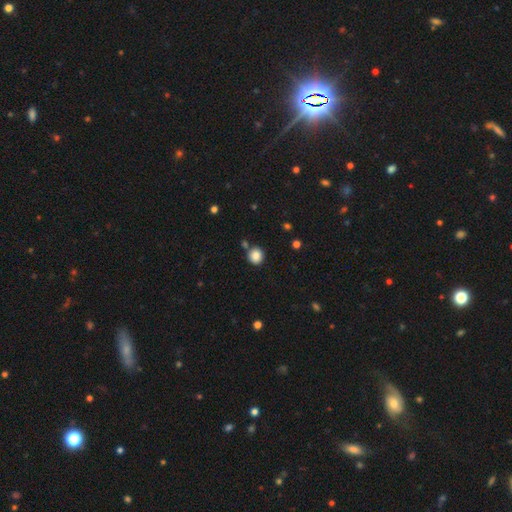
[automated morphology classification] Smooth or featured? smooth (85%)
How rounded? round (90%)
Merging? none (81%)